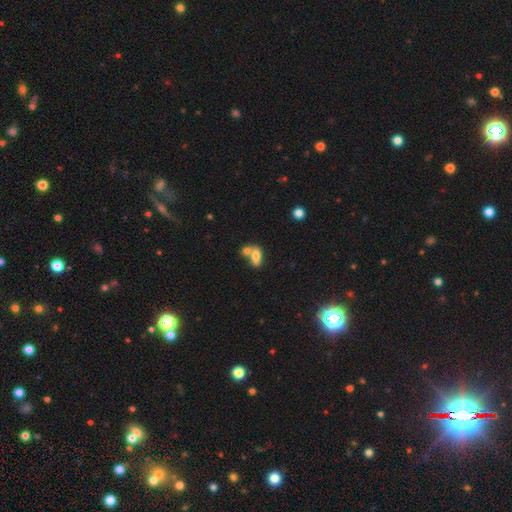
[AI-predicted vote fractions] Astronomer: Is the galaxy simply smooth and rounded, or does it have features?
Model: smooth — 72%.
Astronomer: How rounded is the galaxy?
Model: in between — 84%.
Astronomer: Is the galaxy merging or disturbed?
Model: merger — 50% (runner-up: none, 36%).